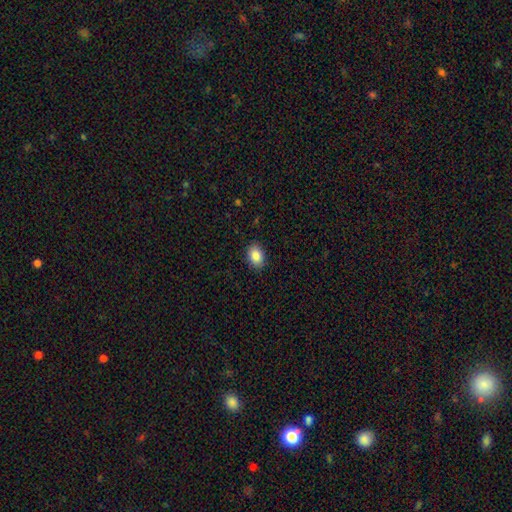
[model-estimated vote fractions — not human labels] smooth-or-featured: smooth: 86% | star or artifact: 8% | featured or disk: 5%
  how-rounded: in between: 76% | round: 23% | cigar-shaped: 1%
  merging: none: 89% | minor disturbance: 8% | major disturbance: 2% | merger: 1%